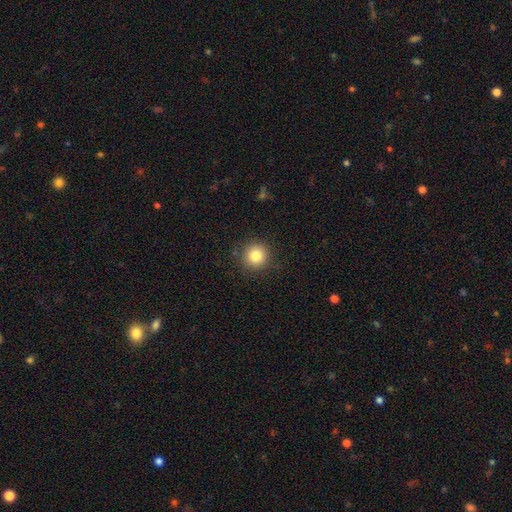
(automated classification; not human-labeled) smooth 82%, star or artifact 11%, featured or disk 6%. Down the decision tree: how rounded — round (94%); merging — none (88%).